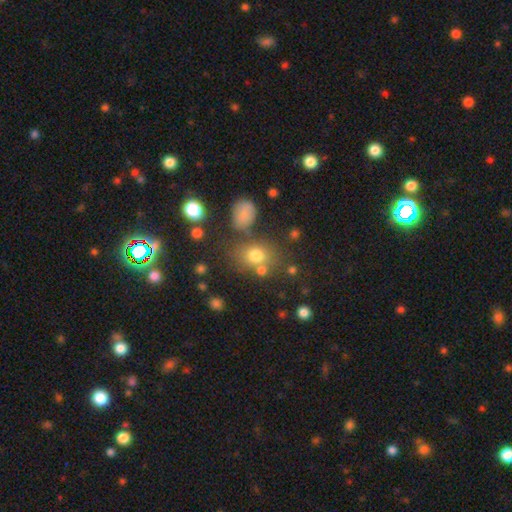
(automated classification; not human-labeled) Smooth or featured? Predicted: smooth (p=0.74). How rounded? Predicted: round (p=0.51). Merging? Predicted: none (p=0.65).